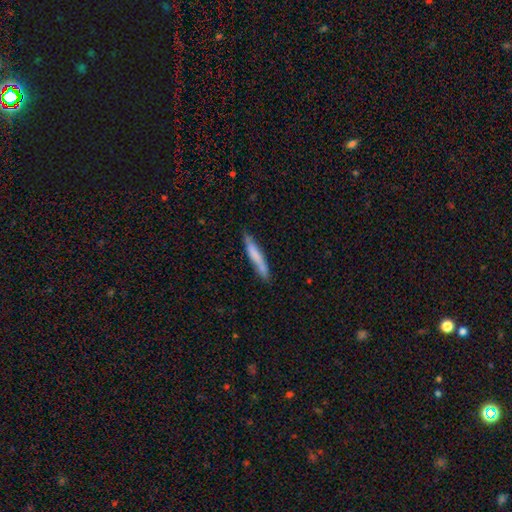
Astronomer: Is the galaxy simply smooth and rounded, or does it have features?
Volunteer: smooth — 62%.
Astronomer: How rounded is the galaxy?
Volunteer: cigar-shaped — 100%.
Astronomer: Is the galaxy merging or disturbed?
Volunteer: none — 76%.